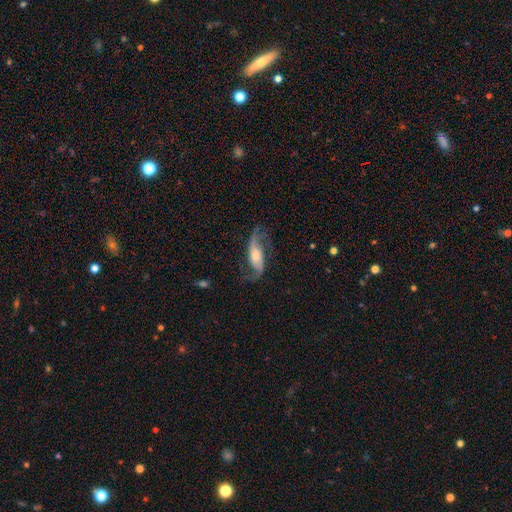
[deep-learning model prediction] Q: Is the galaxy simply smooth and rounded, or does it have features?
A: featured or disk — 83%.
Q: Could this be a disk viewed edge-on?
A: no — 92%.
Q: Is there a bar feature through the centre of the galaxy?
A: no — 44%.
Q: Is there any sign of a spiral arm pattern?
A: yes — 95%.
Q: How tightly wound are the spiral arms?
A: loose — 72%.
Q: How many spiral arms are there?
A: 2 — 92%.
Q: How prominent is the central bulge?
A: moderate — 50%.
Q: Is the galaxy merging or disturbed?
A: none — 69%.